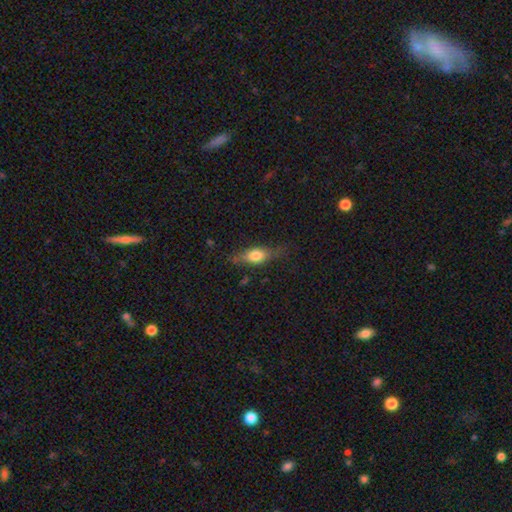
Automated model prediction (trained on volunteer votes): Q: Smooth or featured?
A: smooth (65%); runner-up: featured or disk (27%)
Q: How rounded?
A: in between (67%); runner-up: cigar-shaped (27%)
Q: Merging?
A: none (68%); runner-up: minor disturbance (23%)